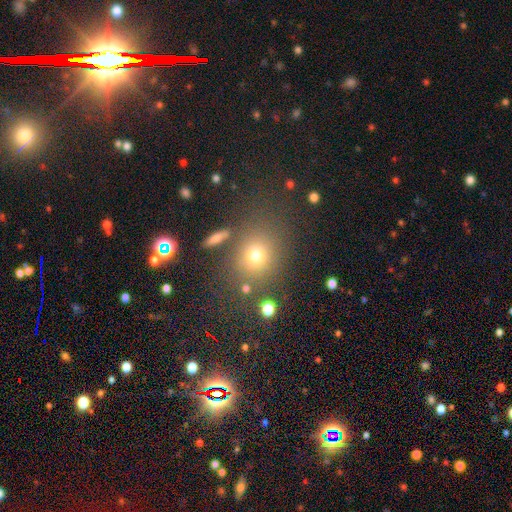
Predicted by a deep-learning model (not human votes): Morphology: type=smooth (69%); roundness=round (67%); merging=none (76%).